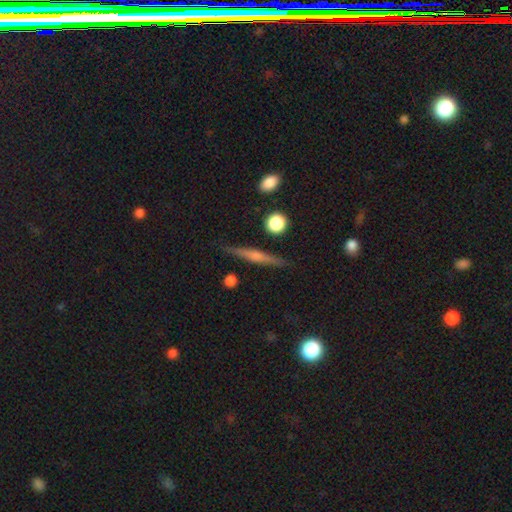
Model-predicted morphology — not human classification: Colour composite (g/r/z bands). It shows a featured or disk galaxy (71%) viewed edge-on (97%) with a rounded central bulge (77%). Merging: none (89%).